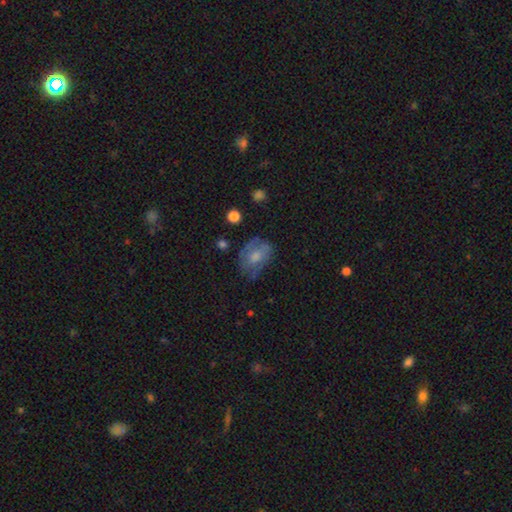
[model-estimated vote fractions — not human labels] Q: Smooth or featured?
A: smooth (51%); runner-up: featured or disk (41%)
Q: How rounded?
A: in between (75%); runner-up: round (24%)
Q: Merging?
A: none (51%); runner-up: minor disturbance (29%)